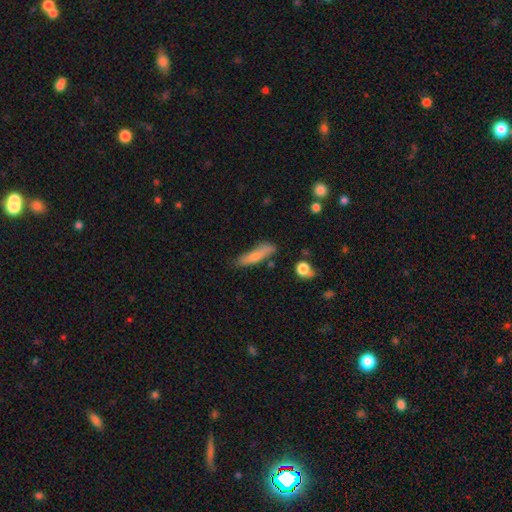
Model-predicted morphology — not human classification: Smooth or featured?
  - smooth: 72% *
  - featured or disk: 21%
  - star or artifact: 7%
How rounded?
  - cigar-shaped: 74% *
  - in between: 24%
  - round: 3%
Merging?
  - none: 66% *
  - minor disturbance: 22%
  - merger: 6%
  - major disturbance: 6%